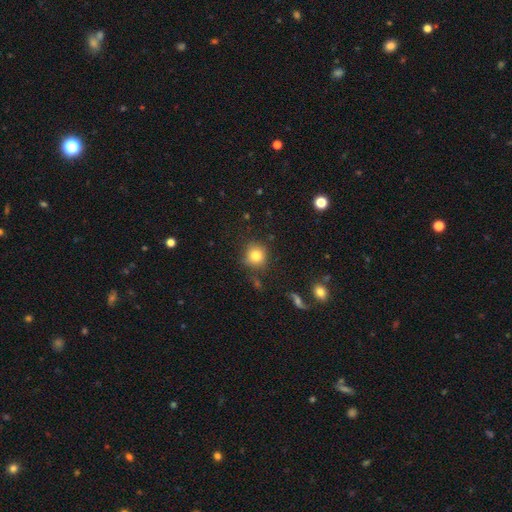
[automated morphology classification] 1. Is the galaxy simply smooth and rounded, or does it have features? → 82% smooth, 11% star or artifact, 7% featured or disk.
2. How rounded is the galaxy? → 89% round, 10% in between, 1% cigar-shaped.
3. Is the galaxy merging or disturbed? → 80% none, 13% minor disturbance, 4% major disturbance, 3% merger.